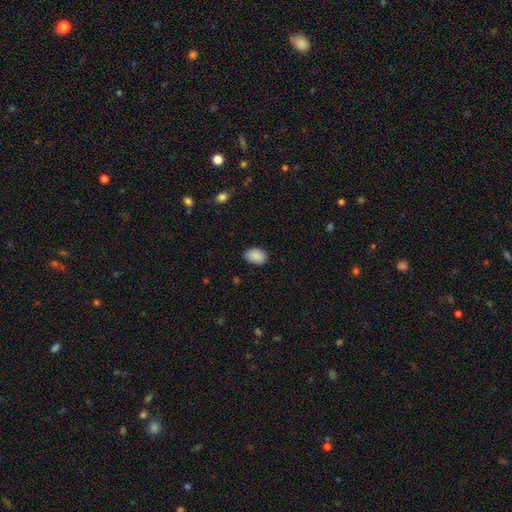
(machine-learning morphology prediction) type=smooth (89%); roundness=in between (84%); merging=none (85%).